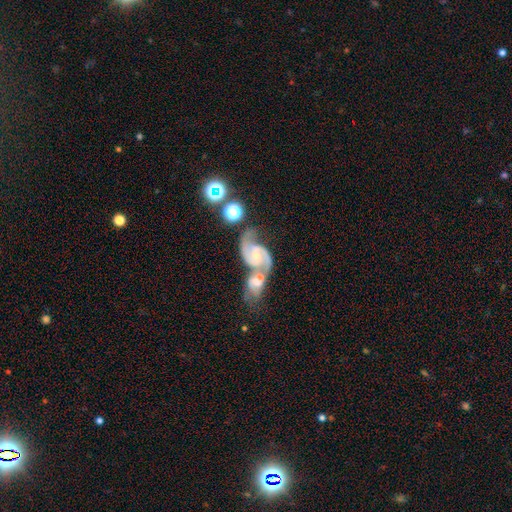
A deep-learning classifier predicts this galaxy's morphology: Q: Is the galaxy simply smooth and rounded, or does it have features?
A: featured or disk — 89%.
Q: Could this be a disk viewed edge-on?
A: no — 98%.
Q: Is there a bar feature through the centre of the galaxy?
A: no — 48%.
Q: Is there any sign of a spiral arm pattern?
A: yes — 97%.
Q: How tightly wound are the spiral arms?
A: medium — 55%.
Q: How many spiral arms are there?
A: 2 — 91%.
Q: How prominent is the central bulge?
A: small — 61%.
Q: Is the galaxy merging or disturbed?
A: merger — 60%.